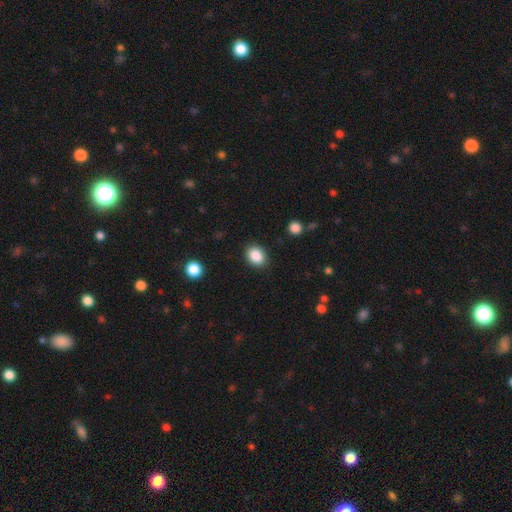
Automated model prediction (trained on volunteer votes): The model was most divided on "how rounded": in between: 60%, round: 39%, cigar-shaped: 1%. More confident: merging — none (89%); smooth or featured — smooth (88%).